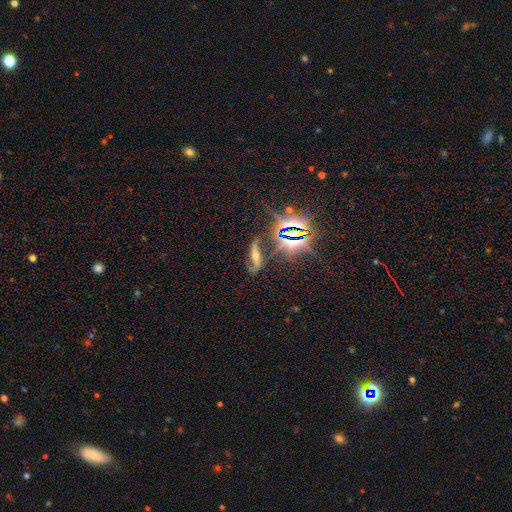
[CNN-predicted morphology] Q: Smooth or featured?
A: featured or disk (47%); runner-up: star or artifact (38%)
Q: Merging?
A: none (65%); runner-up: minor disturbance (18%)